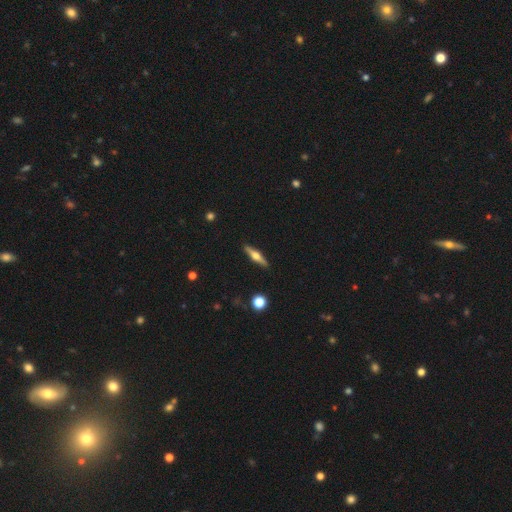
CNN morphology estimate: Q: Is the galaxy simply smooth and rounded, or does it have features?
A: featured or disk — 65%.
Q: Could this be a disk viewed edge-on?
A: yes — 97%.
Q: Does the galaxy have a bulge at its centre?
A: rounded — 93%.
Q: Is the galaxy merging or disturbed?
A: none — 90%.